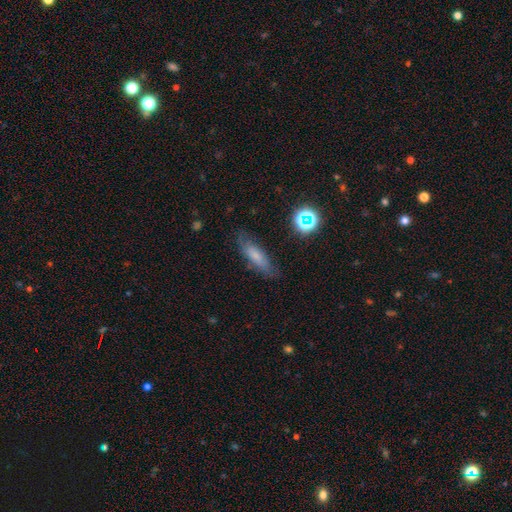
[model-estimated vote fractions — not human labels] Smooth or featured? Predicted: smooth (p=0.64). How rounded? Predicted: cigar-shaped (p=0.52). Merging? Predicted: none (p=0.74).